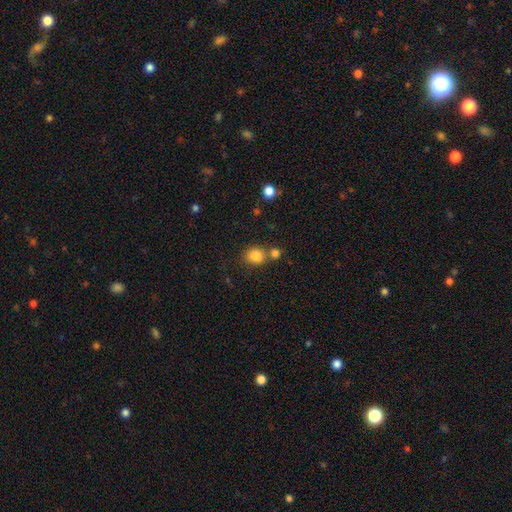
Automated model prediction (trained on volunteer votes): A smooth galaxy with no disk features (82%) that is round (69%). Merging: none (60%).